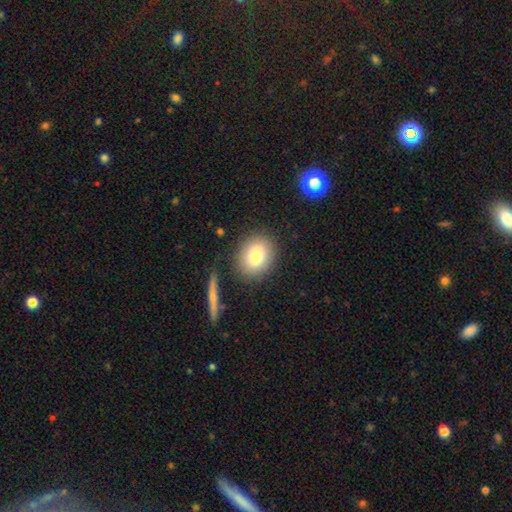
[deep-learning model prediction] A smooth galaxy with no disk features (81%) that is round (58%). Merging: none (83%).